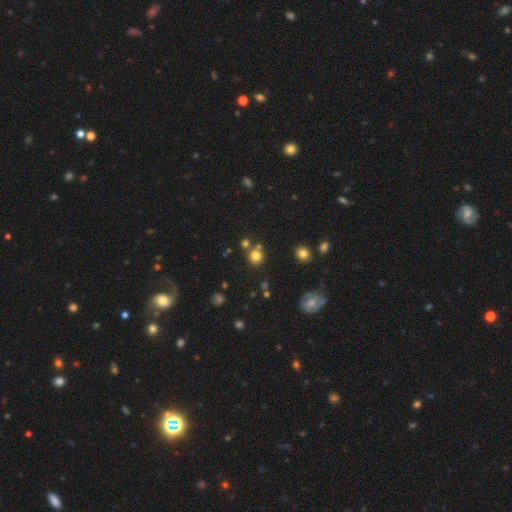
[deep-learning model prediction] smooth 77%, star or artifact 16%, featured or disk 7%. Down the decision tree: how rounded — round (89%); merging — none (72%).